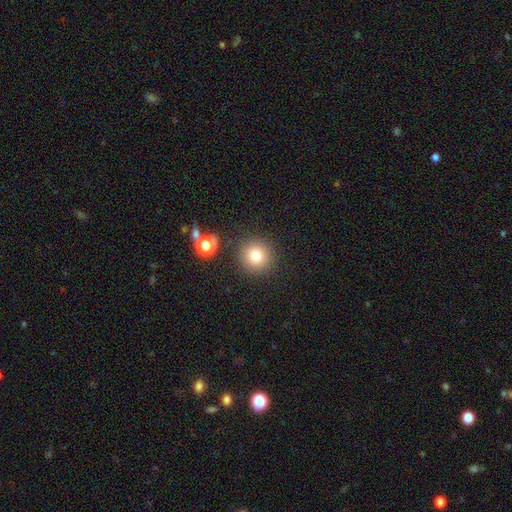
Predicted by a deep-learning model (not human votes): Overall: smooth (78%). How rounded: round (94%). Merging: none (87%).